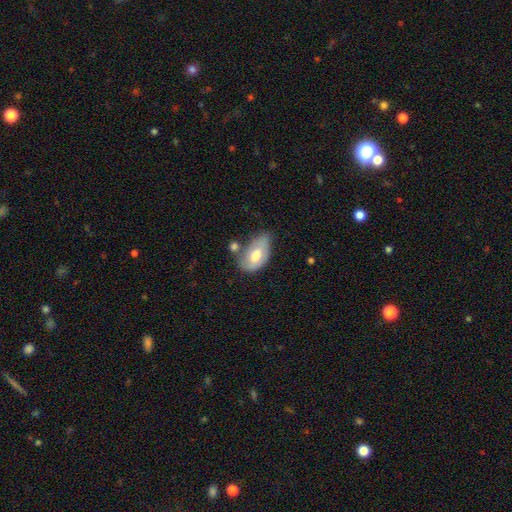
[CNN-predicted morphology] Smooth or featured? Predicted: smooth (p=0.63). How rounded? Predicted: in between (p=0.92). Merging? Predicted: minor disturbance (p=0.36).